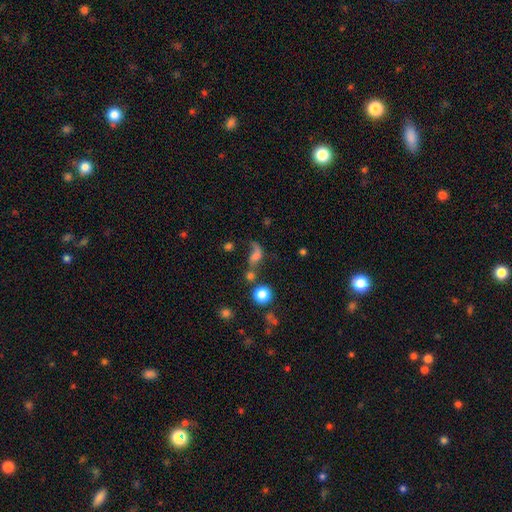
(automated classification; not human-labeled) This appears to be a smooth galaxy with no disk features (45%). Merging: major disturbance (32%).